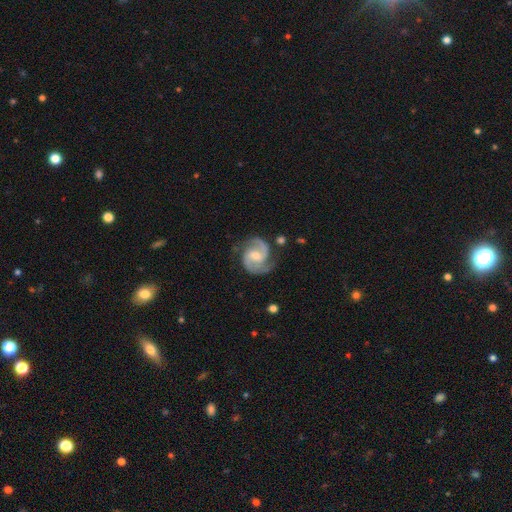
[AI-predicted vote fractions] This is clearly a featured or disk galaxy (91%). It is clearly not viewed edge-on (98%). Bar: possibly weak (53%). Spiral arm pattern: clearly yes (98%). Spiral arm count: clearly 2 (92%). Spiral winding: possibly medium (60%). Central bulge: possibly moderate (51%). Merging: likely none (77%).